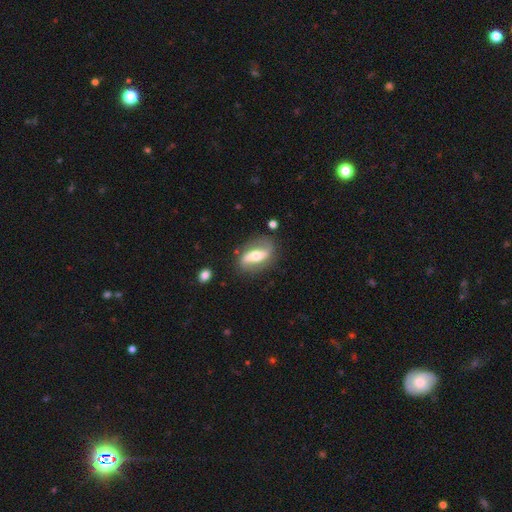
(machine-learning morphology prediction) Q: Smooth or featured?
A: featured or disk (74%); runner-up: smooth (20%)
Q: Edge-on disk?
A: no (89%); runner-up: yes (11%)
Q: Bar?
A: strong (48%); runner-up: no (26%)
Q: Spiral arms?
A: yes (85%); runner-up: no (15%)
Q: Spiral winding?
A: loose (62%); runner-up: medium (26%)
Q: Spiral arm count?
A: 2 (89%); runner-up: can't tell (5%)
Q: Bulge size?
A: moderate (65%); runner-up: small (19%)
Q: Merging?
A: none (77%); runner-up: minor disturbance (15%)